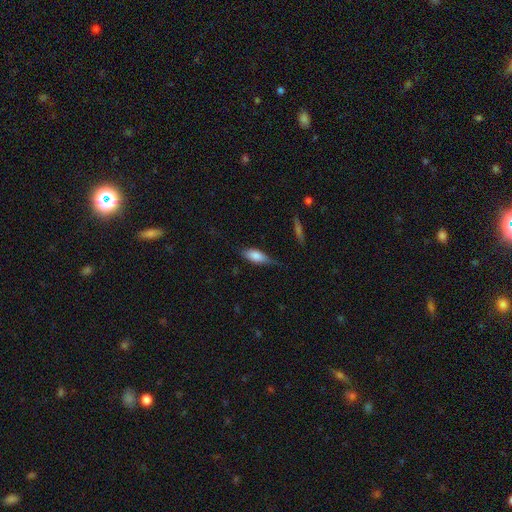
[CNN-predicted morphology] Q: Smooth or featured?
A: smooth (78%); runner-up: featured or disk (15%)
Q: How rounded?
A: in between (75%); runner-up: cigar-shaped (22%)
Q: Merging?
A: none (51%); runner-up: minor disturbance (37%)